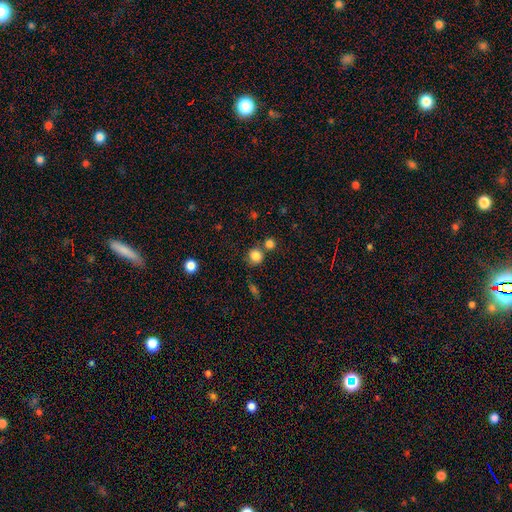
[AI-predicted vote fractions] Smooth or featured? smooth (83%)
How rounded? round (90%)
Merging? none (72%)